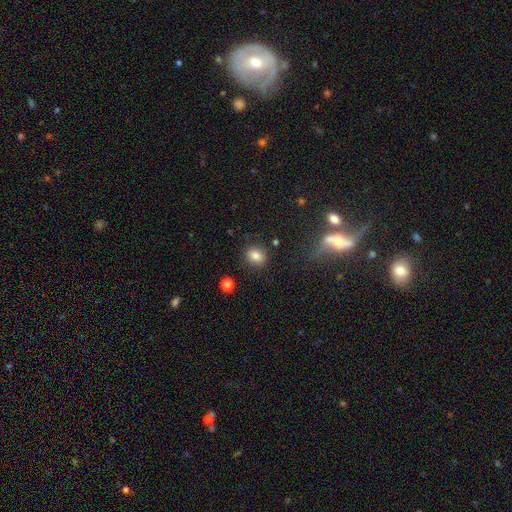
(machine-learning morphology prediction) smooth-or-featured: smooth: 82% | star or artifact: 11% | featured or disk: 6%
  how-rounded: round: 63% | in between: 36% | cigar-shaped: 1%
  merging: none: 86% | minor disturbance: 9% | major disturbance: 3% | merger: 3%